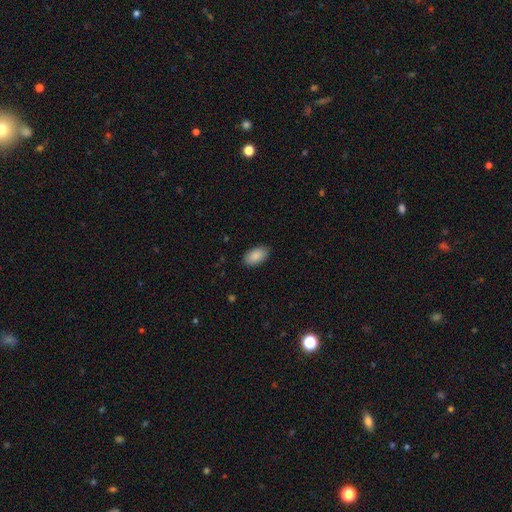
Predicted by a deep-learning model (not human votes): Smooth or featured: smooth — 89% (star or artifact — 6%)
How rounded: in between — 95% (round — 3%)
Merging: none — 88% (minor disturbance — 9%)